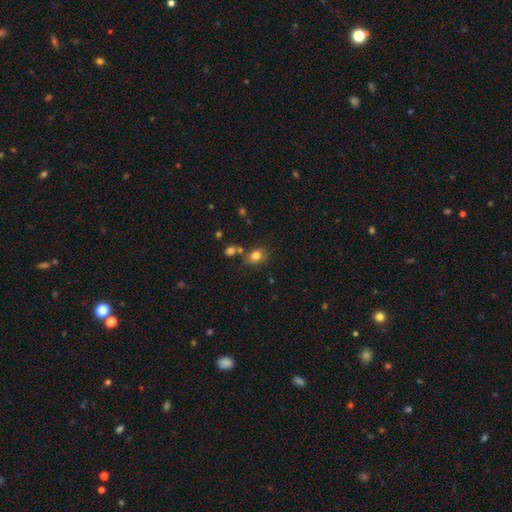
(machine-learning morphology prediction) Smooth or featured? Predicted: smooth (p=0.79). How rounded? Predicted: in between (p=0.59). Merging? Predicted: none (p=0.67).